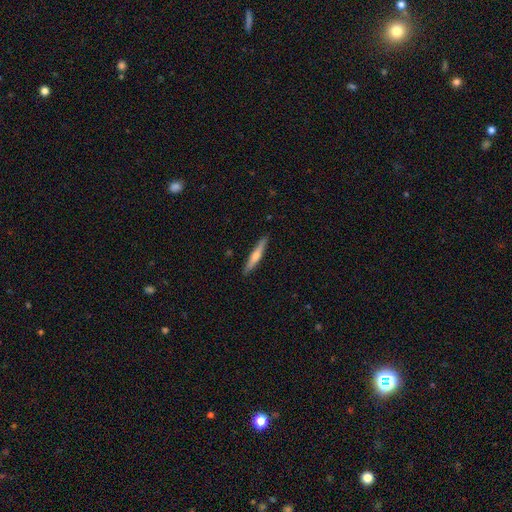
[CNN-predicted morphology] Overall: featured or disk (50%; smooth 44%). Edge-on disk: yes (96%). Merging: none (90%).